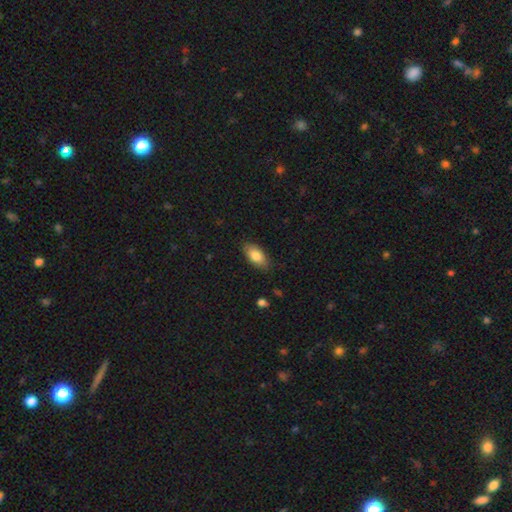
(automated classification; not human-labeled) Smooth or featured?
  - smooth: 82% *
  - featured or disk: 12%
  - star or artifact: 7%
How rounded?
  - in between: 91% *
  - cigar-shaped: 6%
  - round: 3%
Merging?
  - none: 84% *
  - minor disturbance: 13%
  - major disturbance: 3%
  - merger: 1%